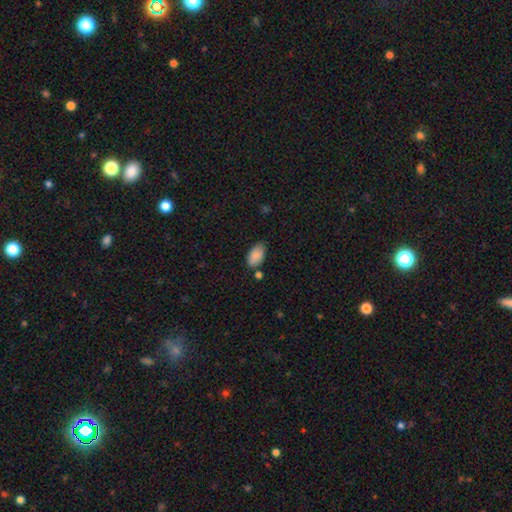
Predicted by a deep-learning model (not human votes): Smooth or featured? Predicted: smooth (p=0.87). How rounded? Predicted: in between (p=0.94). Merging? Predicted: none (p=0.73).